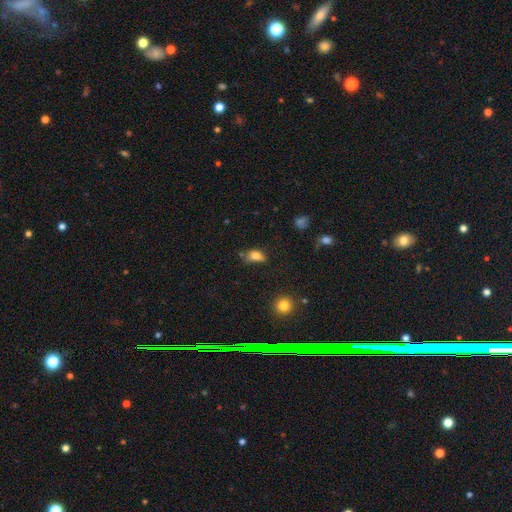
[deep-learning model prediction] A smooth galaxy with no disk features (79%) that is in between round and cigar-shaped (78%). Merging: none (46%).